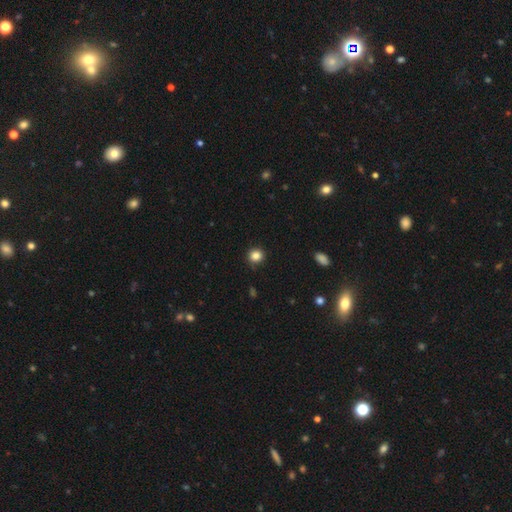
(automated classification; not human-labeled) This appears to be a smooth galaxy with no disk features (85%) that is round (87%). Merging: none (87%).